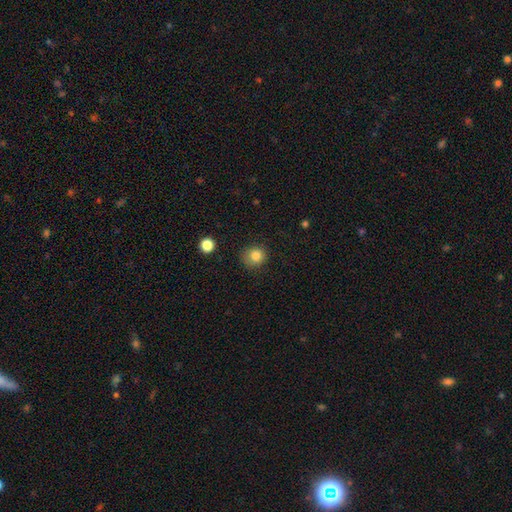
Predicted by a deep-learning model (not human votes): Smooth or featured? smooth (83%)
How rounded? round (87%)
Merging? none (78%)